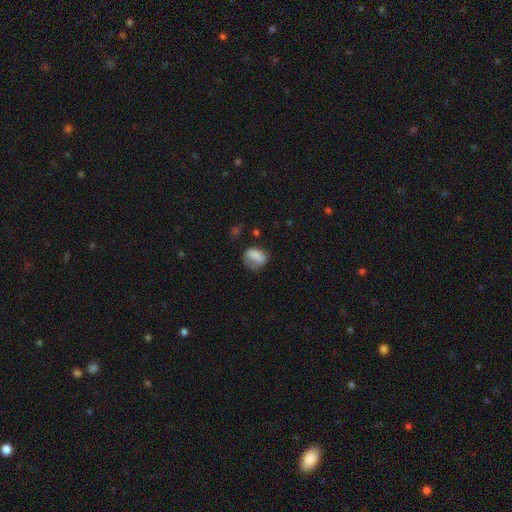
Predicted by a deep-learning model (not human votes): Overall: smooth (77%). How rounded: in between (59%; round 39%). Merging: none (45%; minor disturbance 31%).